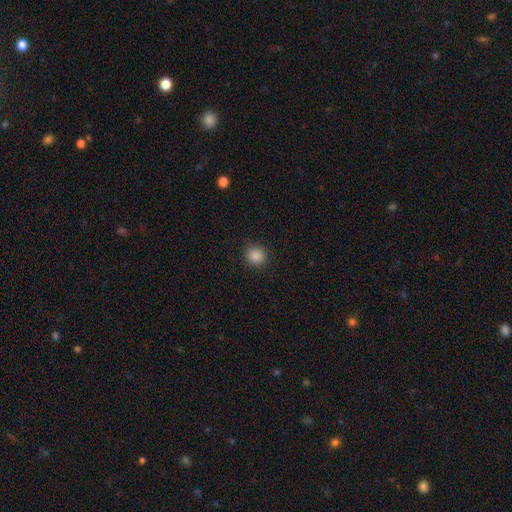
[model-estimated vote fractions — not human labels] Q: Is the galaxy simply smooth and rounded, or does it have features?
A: smooth — 87%.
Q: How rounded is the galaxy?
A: round — 88%.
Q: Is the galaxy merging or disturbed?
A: none — 89%.